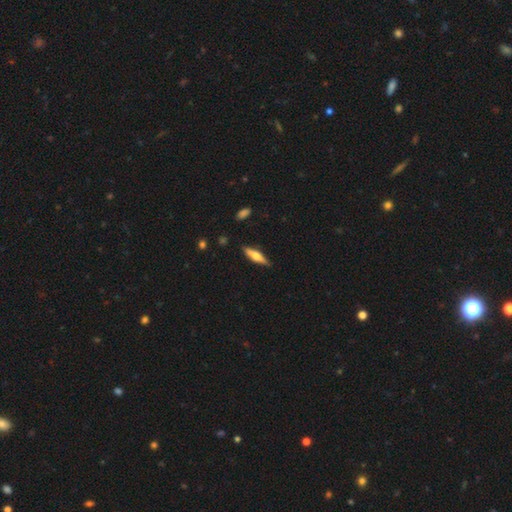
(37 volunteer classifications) smooth_or_featured: smooth (p=0.59) [alt: featured or disk p=0.35]
how_rounded: cigar-shaped (p=0.59) [alt: in between p=0.41]
merging: none (p=0.94) [alt: minor disturbance p=0.06]